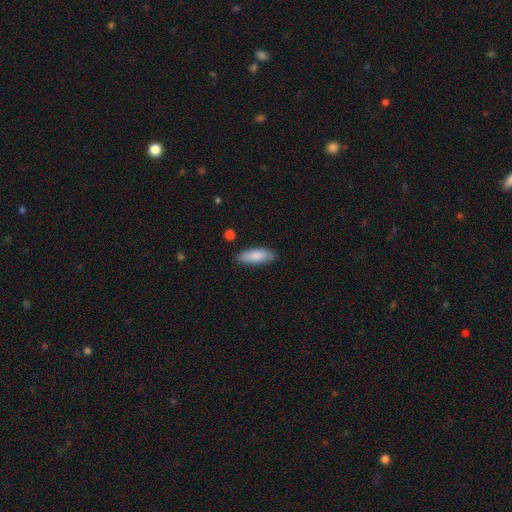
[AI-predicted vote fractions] Smooth or featured: smooth — 85% (featured or disk — 9%)
How rounded: in between — 69% (cigar-shaped — 29%)
Merging: none — 85% (minor disturbance — 11%)